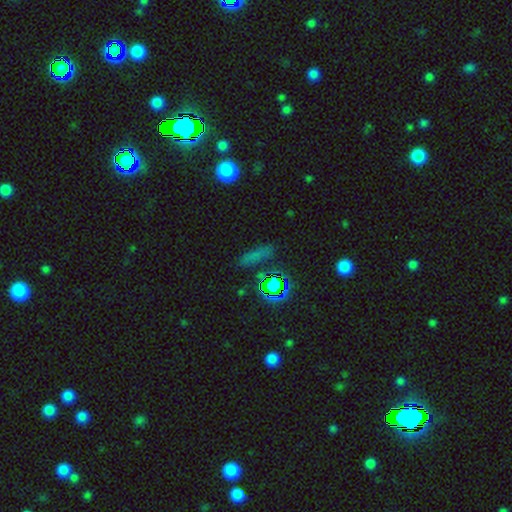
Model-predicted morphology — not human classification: This is possibly a smooth galaxy (51%). How rounded: possibly cigar-shaped (59%). Merging: clearly none (80%).